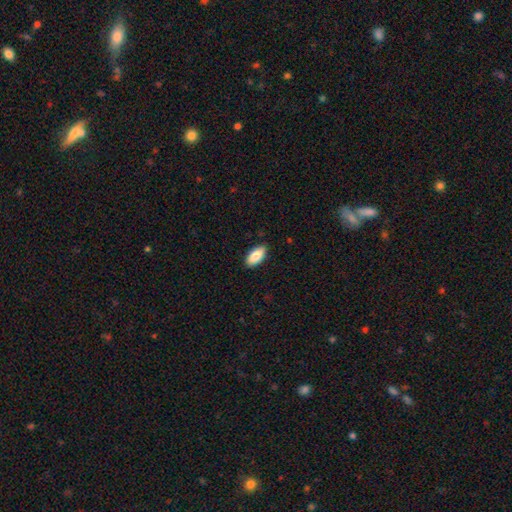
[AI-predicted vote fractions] A smooth galaxy with no disk features (88%) that is in between round and cigar-shaped (91%). Merging: none (88%).